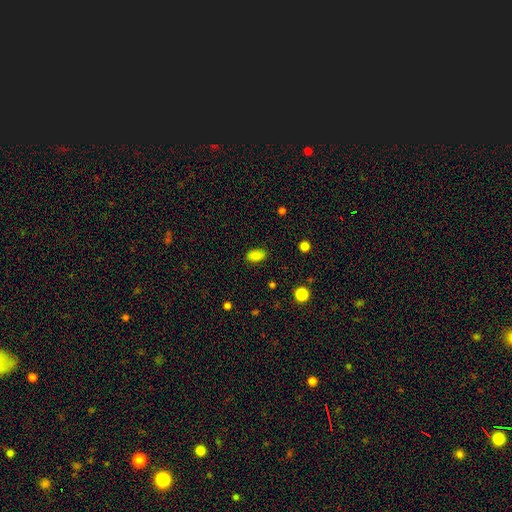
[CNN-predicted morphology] Overall: smooth (85%). How rounded: in between (91%). Merging: none (85%).